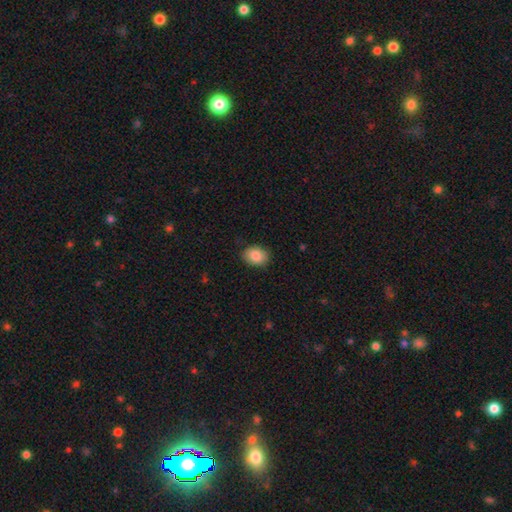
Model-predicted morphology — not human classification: smooth_or_featured: smooth (p=0.86) [alt: star or artifact p=0.08]
how_rounded: in between (p=0.66) [alt: round p=0.33]
merging: none (p=0.86) [alt: minor disturbance p=0.10]